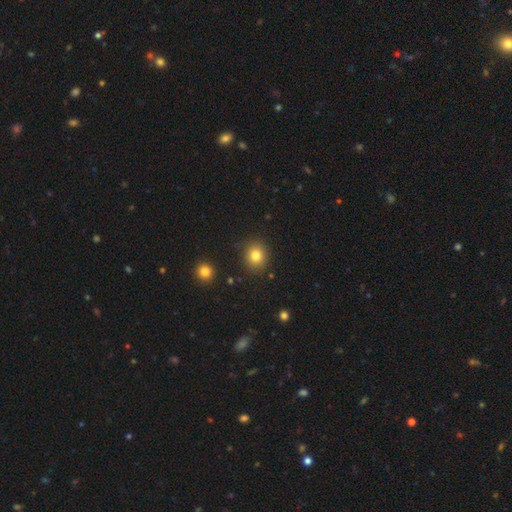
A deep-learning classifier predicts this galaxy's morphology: smooth 81%, star or artifact 12%, featured or disk 7%. Down the decision tree: how rounded — round (78%); merging — none (88%).